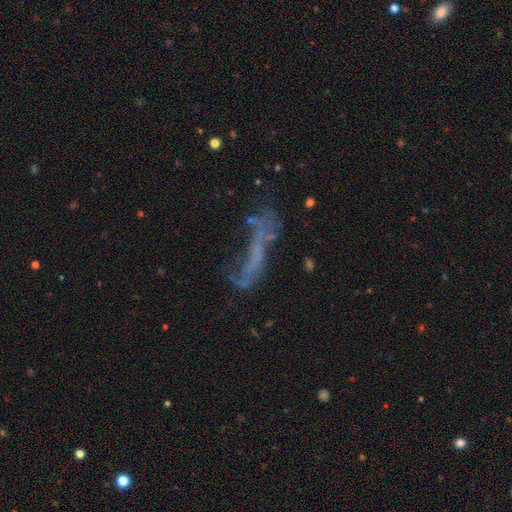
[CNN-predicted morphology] Overall: featured or disk (48%; smooth 30%). Merging: major disturbance (38%; none 33%).